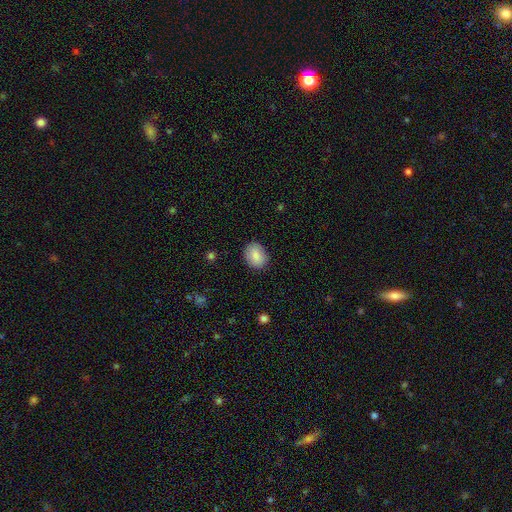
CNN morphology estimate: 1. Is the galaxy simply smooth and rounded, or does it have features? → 86% smooth, 7% star or artifact, 7% featured or disk.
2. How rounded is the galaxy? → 57% in between, 42% round, 1% cigar-shaped.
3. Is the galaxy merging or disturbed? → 86% none, 10% minor disturbance, 2% major disturbance, 1% merger.